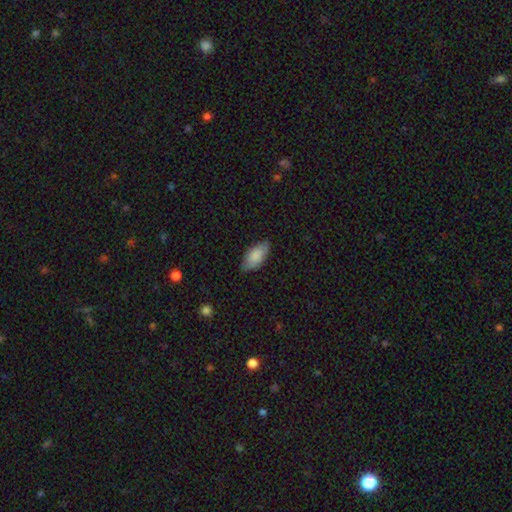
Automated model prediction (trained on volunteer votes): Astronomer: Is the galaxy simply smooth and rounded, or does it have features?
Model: smooth — 83%.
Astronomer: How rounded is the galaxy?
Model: in between — 92%.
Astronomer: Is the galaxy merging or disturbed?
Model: none — 76%.